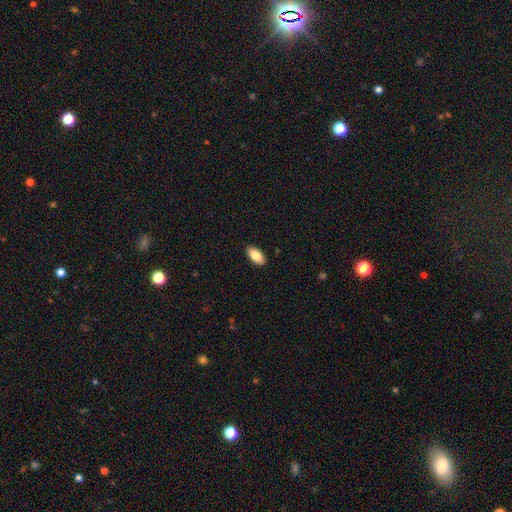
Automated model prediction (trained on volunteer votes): Q: Smooth or featured?
A: smooth (84%); runner-up: featured or disk (10%)
Q: How rounded?
A: in between (92%); runner-up: cigar-shaped (6%)
Q: Merging?
A: none (90%); runner-up: minor disturbance (8%)